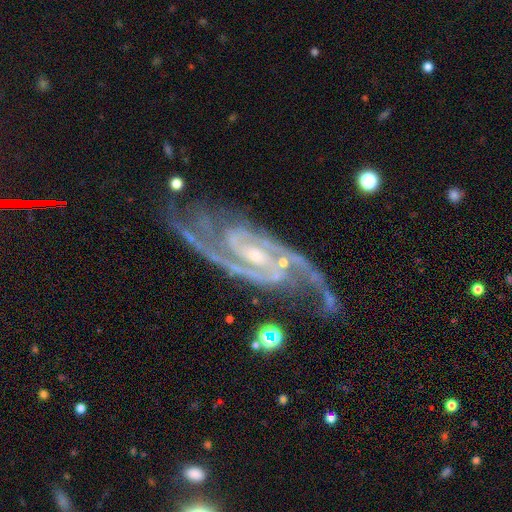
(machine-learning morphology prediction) A featured or disk galaxy (93%) with a weak bar (45%), 2 (78%) medium (54%) spiral arms (99%) and a small central bulge (67%).

Vote fractions:
- Smooth or featured? featured or disk: 93% / star or artifact: 5% / smooth: 2%
- Edge-on disk? no: 96% / yes: 4%
- Bar? weak: 45% / strong: 28% / no: 27%
- Spiral arms? yes: 99% / no: 1%
- Spiral winding? medium: 54% / tight: 35% / loose: 10%
- Spiral arm count? 2: 78% / 3: 9% / can't tell: 4% / 4: 3% / more than 4: 3% / 1: 3%
- Bulge size? small: 67% / moderate: 24% / none: 6% / large: 1% / dominant: 1%
- Merging? none: 71% / minor disturbance: 18% / major disturbance: 8% / merger: 3%